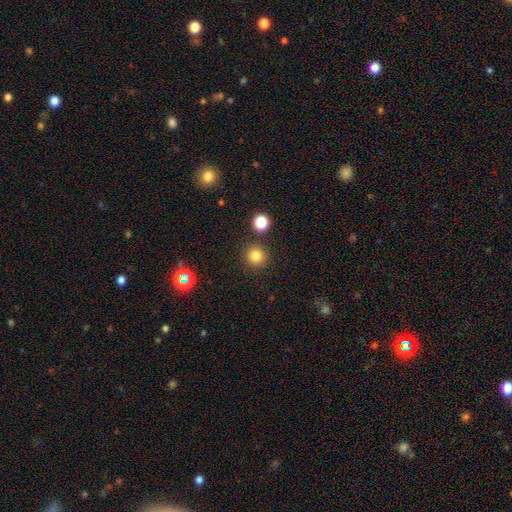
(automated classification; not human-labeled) A smooth galaxy with no disk features (80%) that is round (94%). Merging: none (87%).